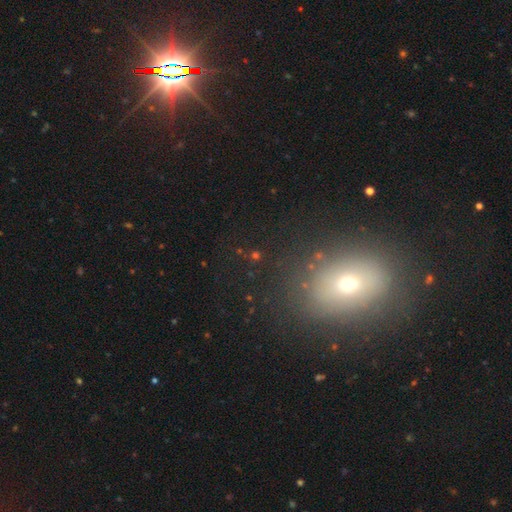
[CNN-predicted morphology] The model was most divided on "smooth or featured": star or artifact: 43%, smooth: 41%, featured or disk: 16%.